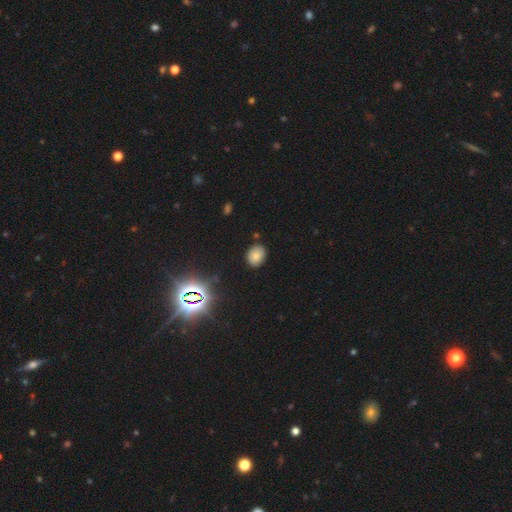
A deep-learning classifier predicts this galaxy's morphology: A smooth galaxy with no disk features (75%) that is in between round and cigar-shaped (62%). Merging: none (85%).